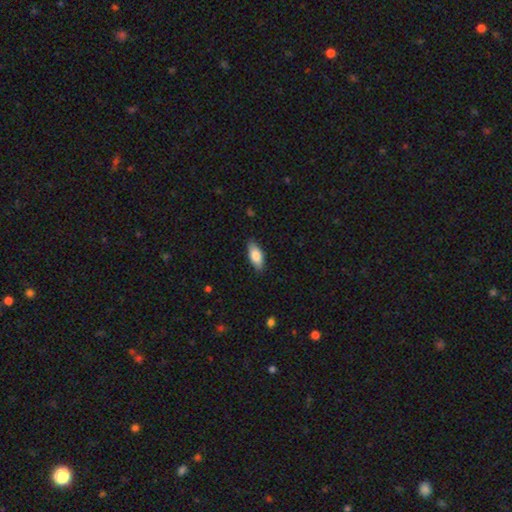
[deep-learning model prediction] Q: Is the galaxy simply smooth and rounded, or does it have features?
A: smooth — 80%.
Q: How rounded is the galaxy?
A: in between — 84%.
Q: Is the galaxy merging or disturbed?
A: none — 86%.